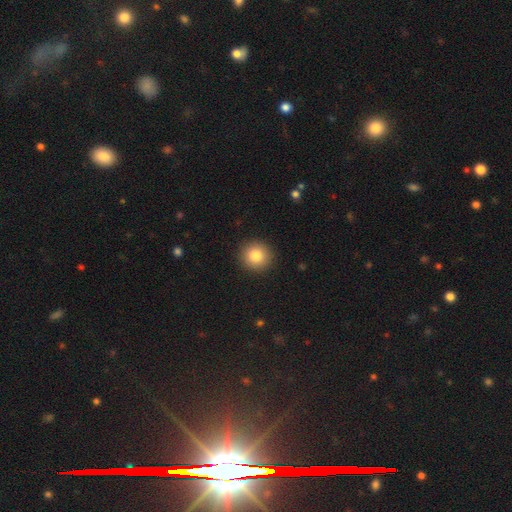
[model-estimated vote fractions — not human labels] smooth_or_featured: smooth (p=0.83) [alt: star or artifact p=0.10]
how_rounded: round (p=0.92) [alt: in between p=0.07]
merging: none (p=0.92) [alt: minor disturbance p=0.05]